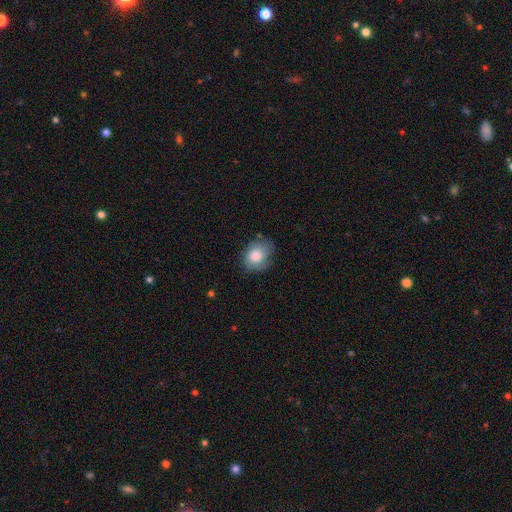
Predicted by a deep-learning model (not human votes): A smooth galaxy with no disk features (79%) that is in between round and cigar-shaped (50%).

Vote fractions:
- Smooth or featured? smooth: 79% / featured or disk: 13% / star or artifact: 7%
- How rounded? in between: 50% / round: 49% / cigar-shaped: 1%
- Merging? none: 62% / minor disturbance: 28% / major disturbance: 8% / merger: 2%